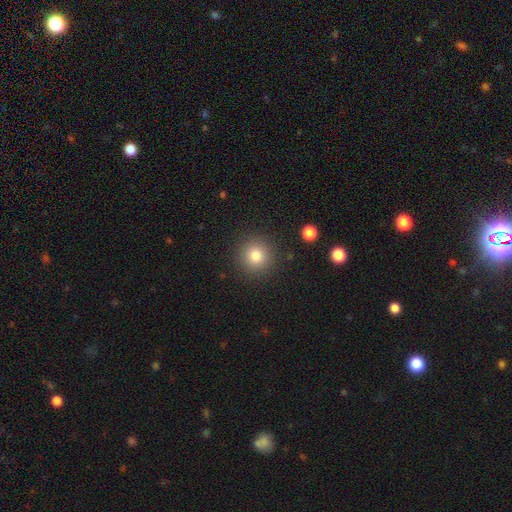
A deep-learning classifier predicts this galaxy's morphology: type=smooth (81%); roundness=round (93%); merging=none (89%).